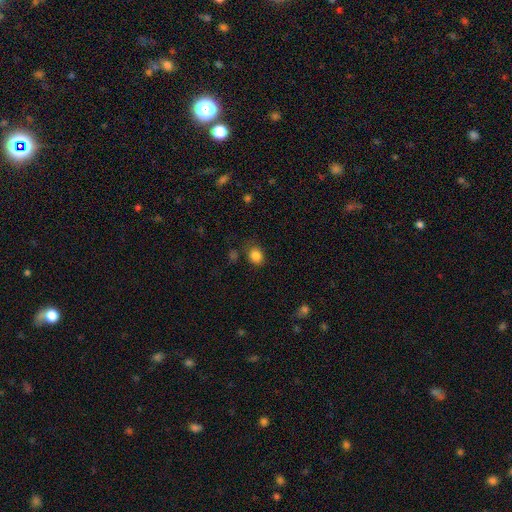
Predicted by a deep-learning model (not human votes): Smooth or featured?
  - smooth: 84% *
  - star or artifact: 11%
  - featured or disk: 5%
How rounded?
  - round: 59% *
  - in between: 40%
  - cigar-shaped: 1%
Merging?
  - none: 74% *
  - minor disturbance: 17%
  - major disturbance: 5%
  - merger: 3%